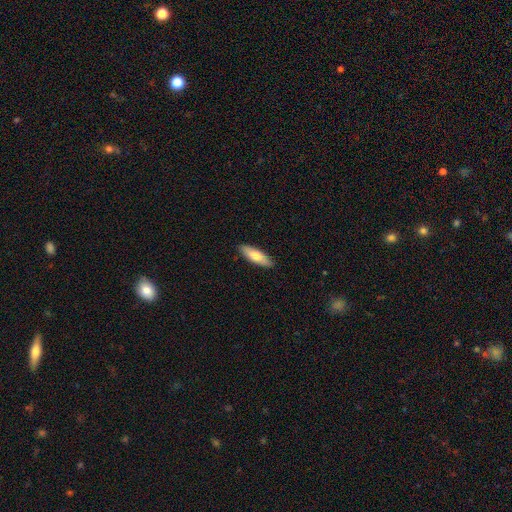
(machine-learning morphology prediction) Q: Smooth or featured?
A: smooth (72%); runner-up: featured or disk (22%)
Q: How rounded?
A: in between (51%); runner-up: cigar-shaped (47%)
Q: Merging?
A: none (90%); runner-up: minor disturbance (8%)